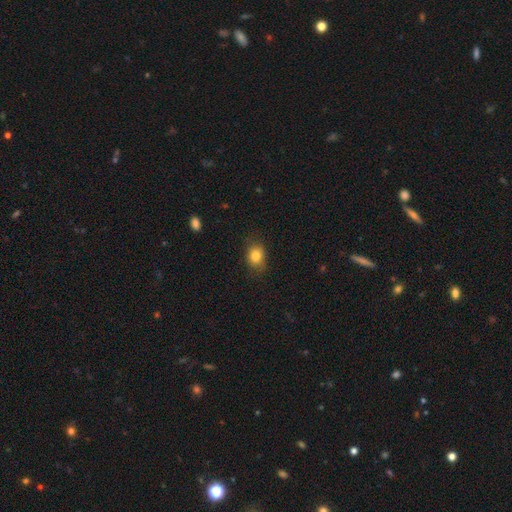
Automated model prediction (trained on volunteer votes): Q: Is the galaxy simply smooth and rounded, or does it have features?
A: smooth — 84%.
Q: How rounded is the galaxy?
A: in between — 56%.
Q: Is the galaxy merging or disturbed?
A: none — 79%.